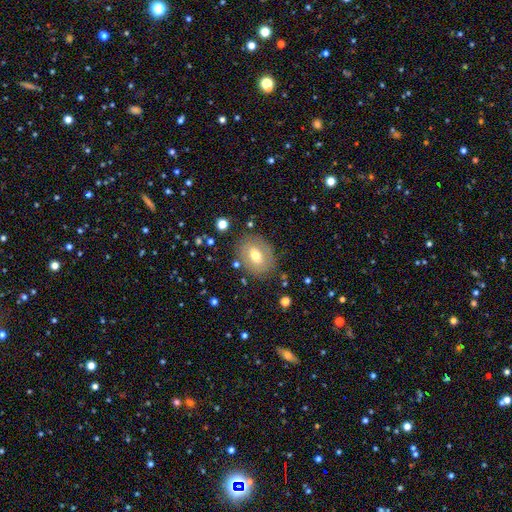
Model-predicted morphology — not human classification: smooth-or-featured: smooth: 58% | featured or disk: 33% | star or artifact: 9%
  how-rounded: in between: 62% | round: 37% | cigar-shaped: 1%
  merging: none: 79% | minor disturbance: 13% | major disturbance: 5% | merger: 3%